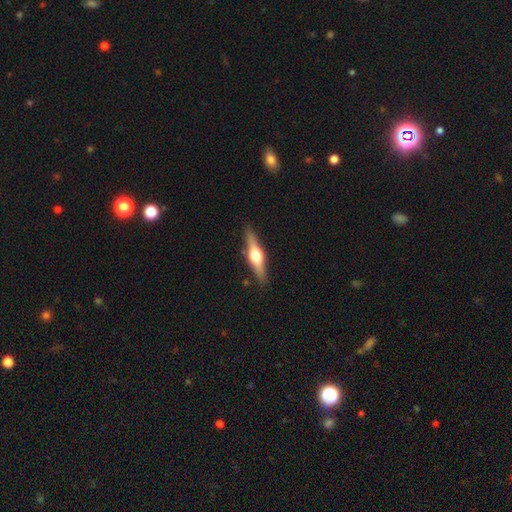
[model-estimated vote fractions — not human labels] featured or disk 65%, smooth 29%, star or artifact 5%. Down the decision tree: edge-on disk — yes (96%); edge-on bulge — rounded (95%); merging — none (87%).